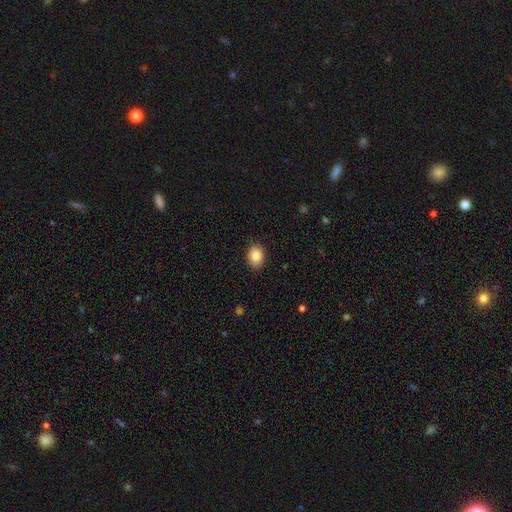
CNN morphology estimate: Smooth or featured?
  - smooth: 87% *
  - star or artifact: 8%
  - featured or disk: 5%
How rounded?
  - in between: 70% *
  - round: 29%
  - cigar-shaped: 1%
Merging?
  - none: 88% *
  - minor disturbance: 9%
  - major disturbance: 2%
  - merger: 1%